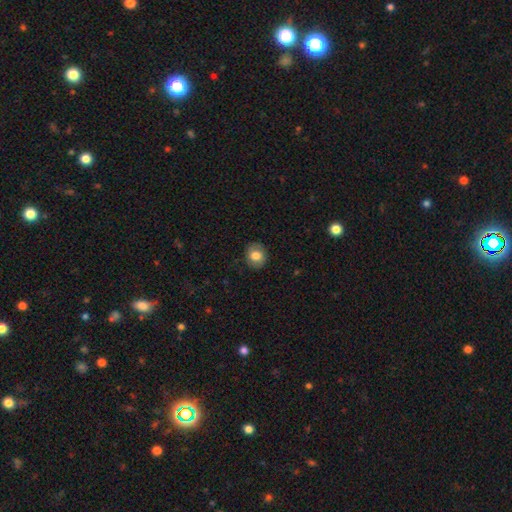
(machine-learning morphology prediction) A smooth galaxy with no disk features (78%) that is round (72%).

Vote fractions:
- Smooth or featured? smooth: 78% / featured or disk: 13% / star or artifact: 9%
- How rounded? round: 72% / in between: 27% / cigar-shaped: 1%
- Merging? none: 87% / minor disturbance: 9% / major disturbance: 2% / merger: 1%